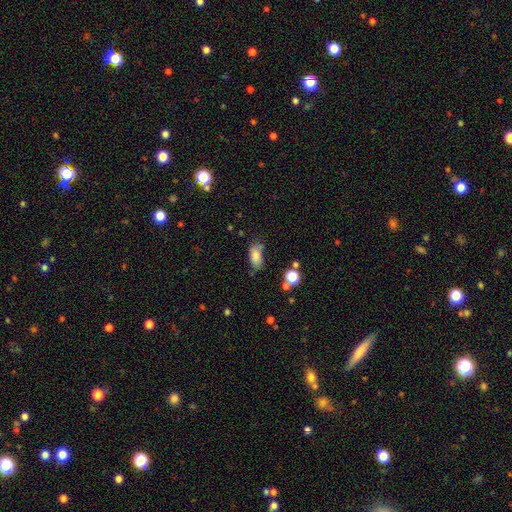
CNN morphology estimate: The model was most divided on "merging": none: 60%, minor disturbance: 24%, merger: 8%, major disturbance: 8%. More confident: how rounded — in between (88%); smooth or featured — smooth (81%).